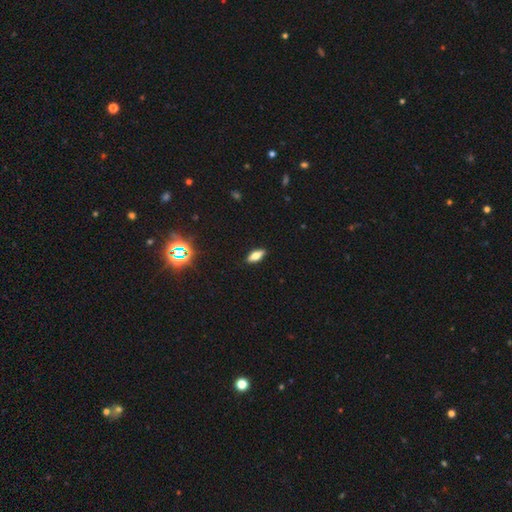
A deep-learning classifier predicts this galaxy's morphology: smooth 61%, featured or disk 28%, star or artifact 11%. Down the decision tree: how rounded — in between (72%); merging — none (89%).